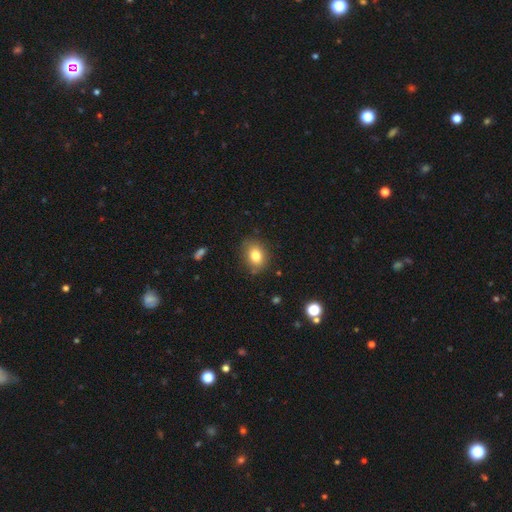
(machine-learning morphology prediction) type=smooth (81%); roundness=in between (61%); merging=none (80%).